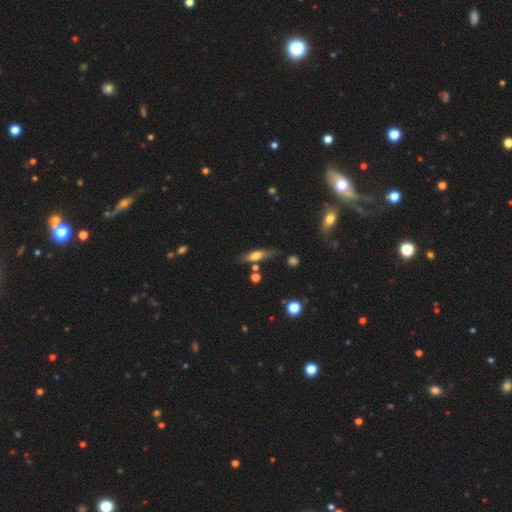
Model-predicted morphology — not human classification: type=smooth (50%); roundness=cigar-shaped (61%); merging=none (69%).